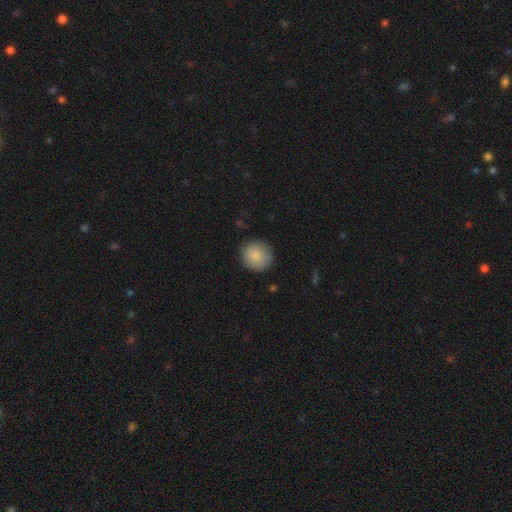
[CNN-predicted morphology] Overall: smooth (87%). How rounded: round (92%). Merging: none (88%).